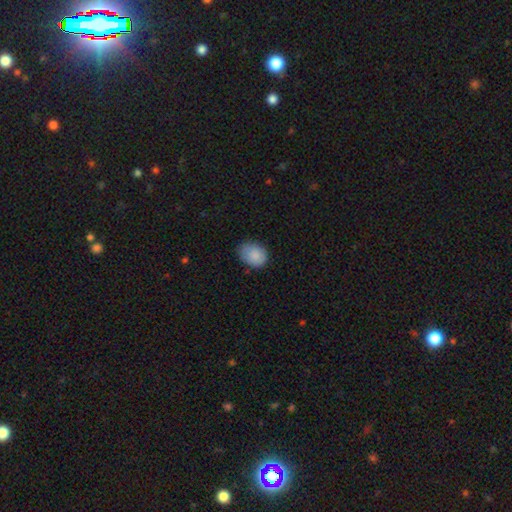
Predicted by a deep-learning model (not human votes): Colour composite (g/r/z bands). It shows a smooth galaxy with no disk features (86%) that is in between round and cigar-shaped (63%). Merging: none (69%).